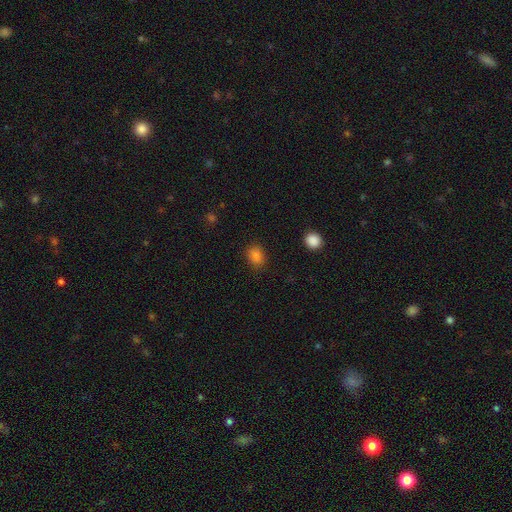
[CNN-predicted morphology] The model was most divided on "how rounded": in between: 52%, round: 46%, cigar-shaped: 1%. More confident: merging — none (81%); smooth or featured — smooth (81%).